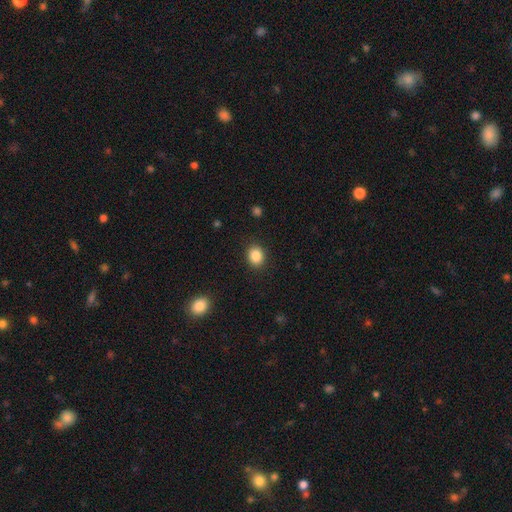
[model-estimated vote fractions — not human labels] This appears to be a smooth galaxy with no disk features (86%) that is round (64%). Merging: none (89%).